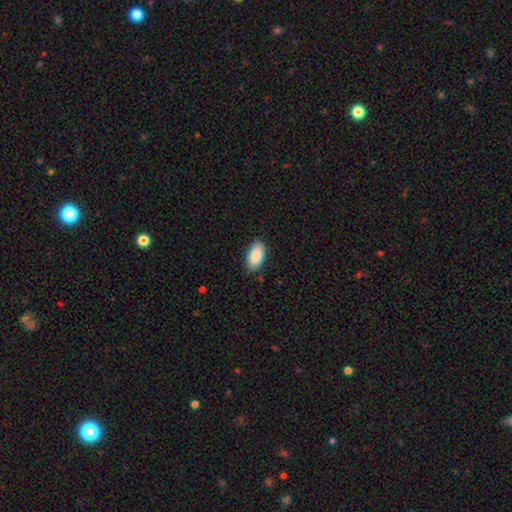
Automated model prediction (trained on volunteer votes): smooth 88%, star or artifact 6%, featured or disk 5%. Down the decision tree: how rounded — in between (94%); merging — none (86%).